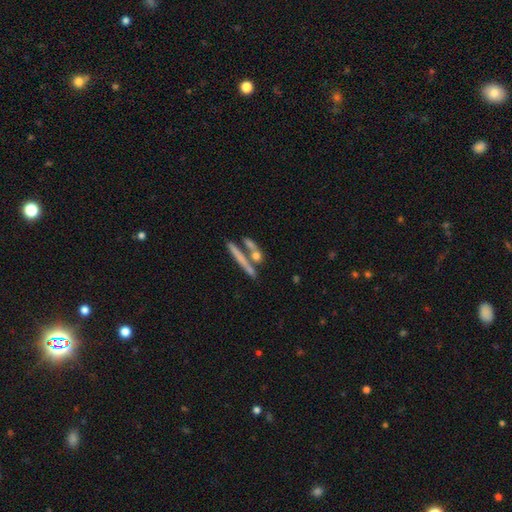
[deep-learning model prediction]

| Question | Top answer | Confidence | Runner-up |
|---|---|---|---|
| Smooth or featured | smooth | 58% | featured or disk (31%) |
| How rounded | cigar-shaped | 62% | round (19%) |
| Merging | none | 56% | merger (28%) |